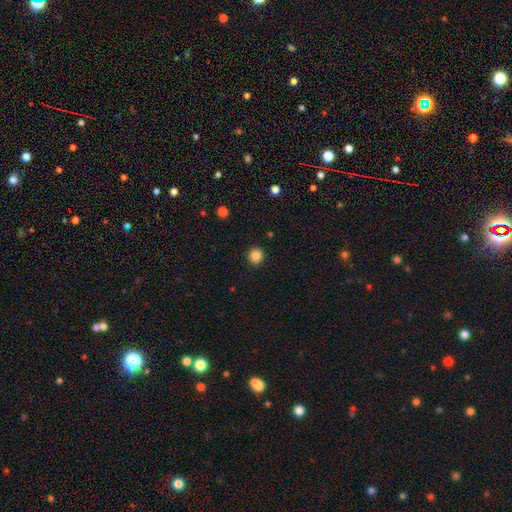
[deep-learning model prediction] Morphology: type=smooth (86%); roundness=round (88%); merging=none (92%).